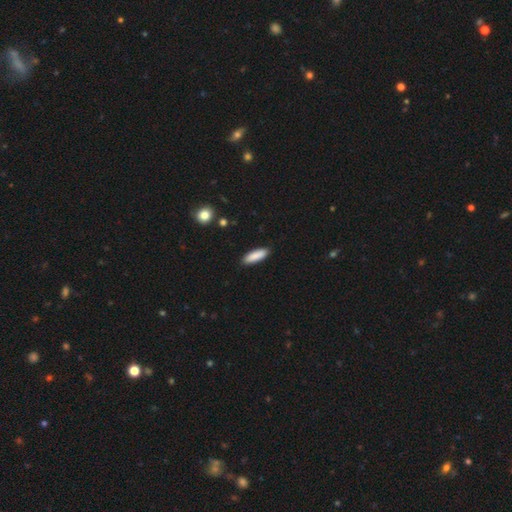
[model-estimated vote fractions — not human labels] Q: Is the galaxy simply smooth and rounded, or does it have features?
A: smooth — 88%.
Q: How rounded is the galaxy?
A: cigar-shaped — 51%.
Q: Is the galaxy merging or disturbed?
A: none — 89%.